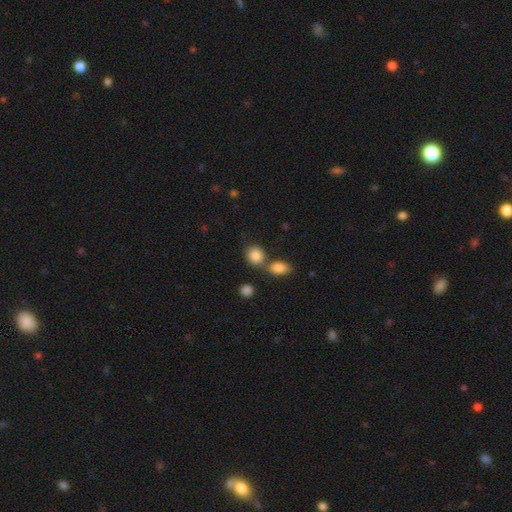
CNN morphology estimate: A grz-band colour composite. It shows a smooth galaxy with no disk features (86%) that is round (66%). Merging: none (58%).